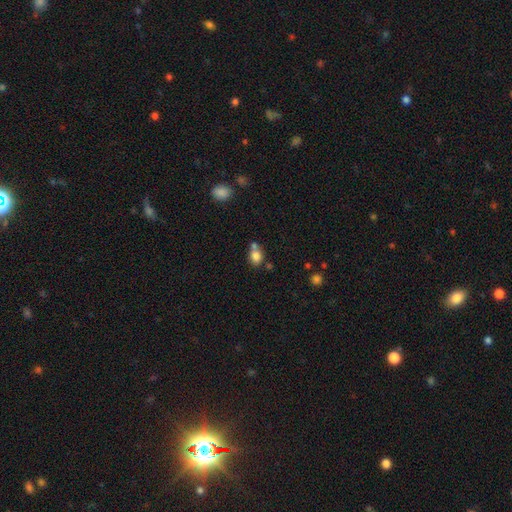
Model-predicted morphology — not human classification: Smooth or featured? smooth (81%)
How rounded? round (53%)
Merging? none (47%)